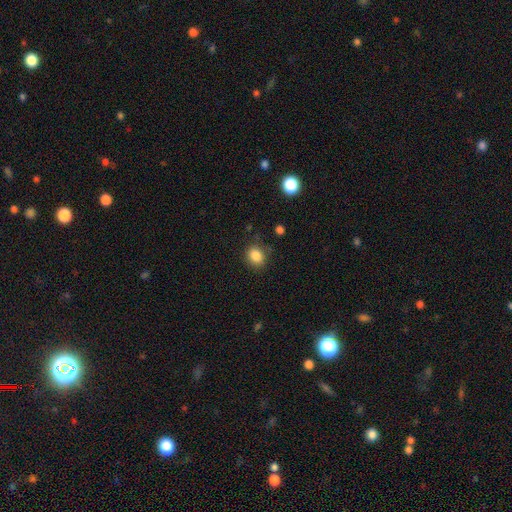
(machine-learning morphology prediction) smooth 85%, star or artifact 10%, featured or disk 4%. Down the decision tree: how rounded — round (58%); merging — none (81%).